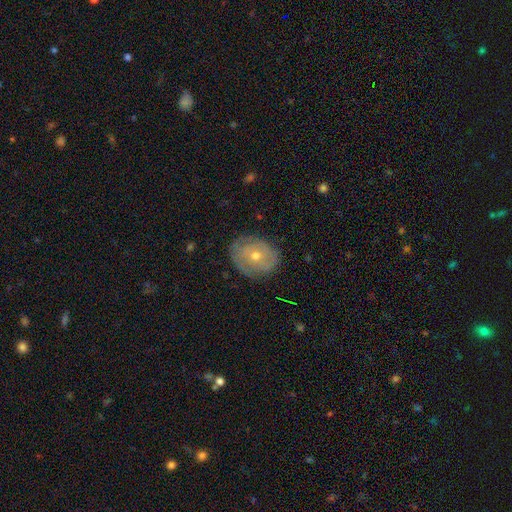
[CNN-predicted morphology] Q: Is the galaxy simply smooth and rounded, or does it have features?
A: featured or disk — 56%.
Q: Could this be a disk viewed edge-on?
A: no — 94%.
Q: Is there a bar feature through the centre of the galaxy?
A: no — 80%.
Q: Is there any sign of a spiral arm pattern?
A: yes — 57%.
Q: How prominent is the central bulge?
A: moderate — 52%.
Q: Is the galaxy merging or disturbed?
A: none — 80%.